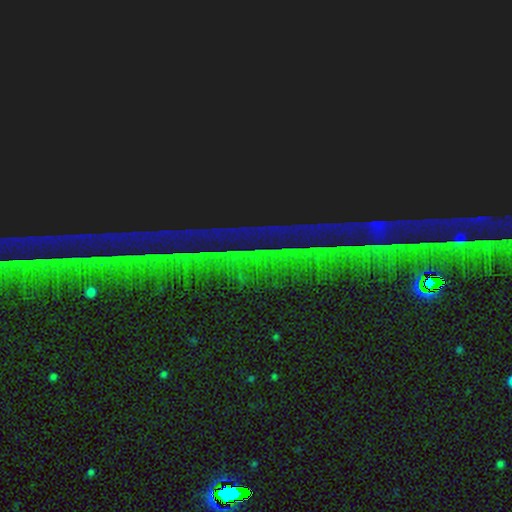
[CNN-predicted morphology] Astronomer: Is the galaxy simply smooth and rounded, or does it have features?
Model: star or artifact — 89%.